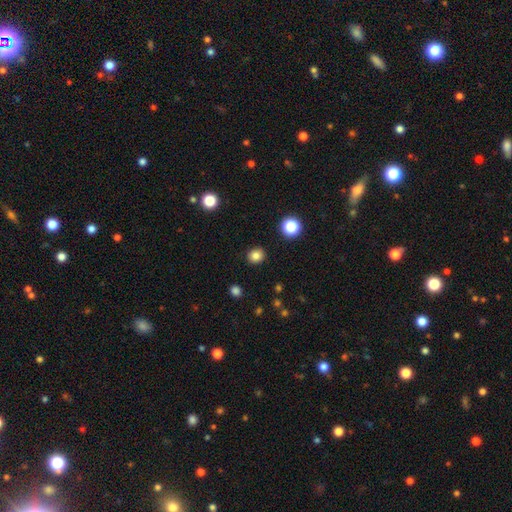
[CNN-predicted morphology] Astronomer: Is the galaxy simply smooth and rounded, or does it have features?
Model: smooth — 83%.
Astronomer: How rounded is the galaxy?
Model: round — 79%.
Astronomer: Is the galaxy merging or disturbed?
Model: none — 90%.